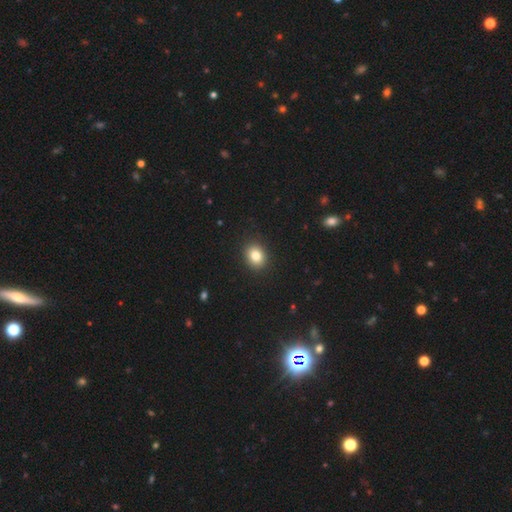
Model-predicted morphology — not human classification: Overall: smooth (83%). How rounded: round (54%; in between 45%). Merging: none (90%).